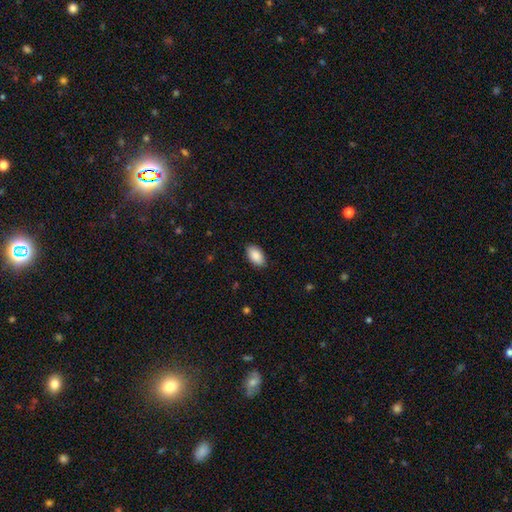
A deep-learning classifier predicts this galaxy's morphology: The model was most divided on "merging": none: 87%, minor disturbance: 10%, major disturbance: 2%, merger: 1%. More confident: how rounded — in between (95%); smooth or featured — smooth (89%).